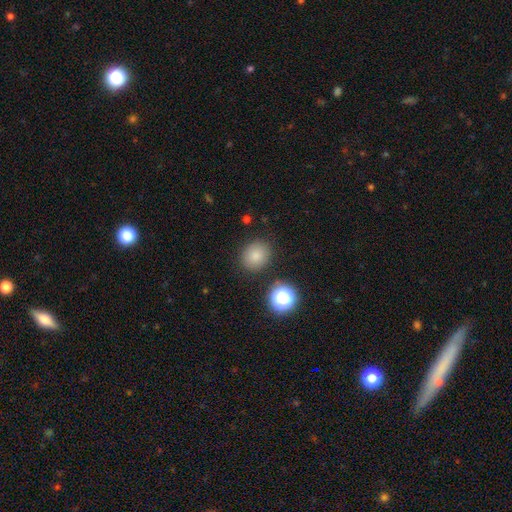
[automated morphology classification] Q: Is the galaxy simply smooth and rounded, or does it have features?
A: smooth — 80%.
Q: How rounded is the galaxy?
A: round — 74%.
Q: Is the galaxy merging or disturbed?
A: none — 85%.